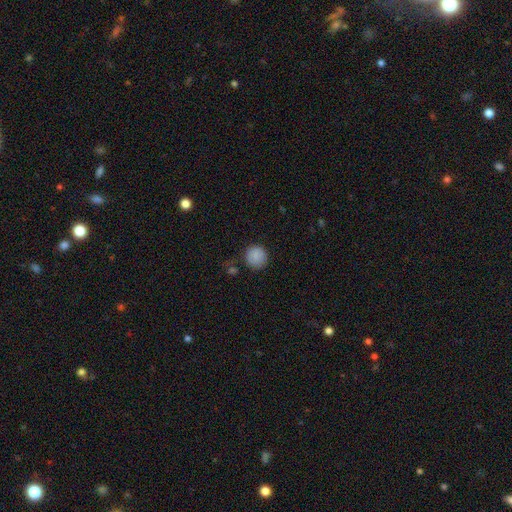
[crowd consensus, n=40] Smooth or featured? smooth (92%)
How rounded? round (92%)
Merging? none (95%)